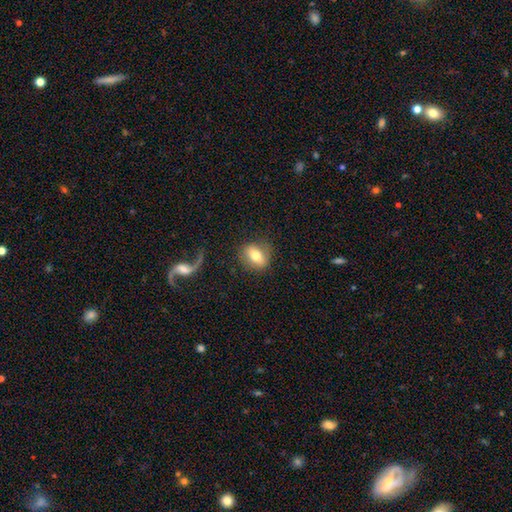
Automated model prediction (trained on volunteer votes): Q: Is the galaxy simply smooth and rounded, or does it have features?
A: smooth — 68%.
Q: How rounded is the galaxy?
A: in between — 60%.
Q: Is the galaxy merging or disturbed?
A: none — 78%.